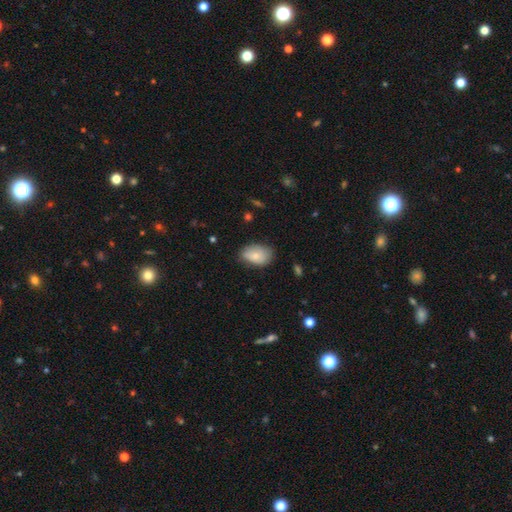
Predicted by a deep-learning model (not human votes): Smooth or featured? smooth (76%)
How rounded? in between (87%)
Merging? none (64%)